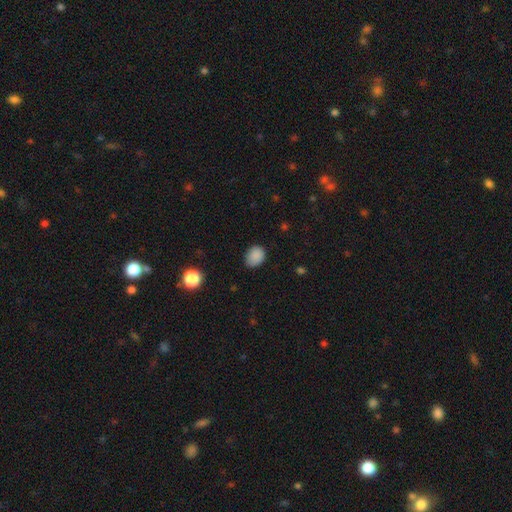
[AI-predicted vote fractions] smooth_or_featured: smooth (p=0.87) [alt: star or artifact p=0.10]
how_rounded: in between (p=0.55) [alt: round p=0.44]
merging: none (p=0.70) [alt: minor disturbance p=0.24]